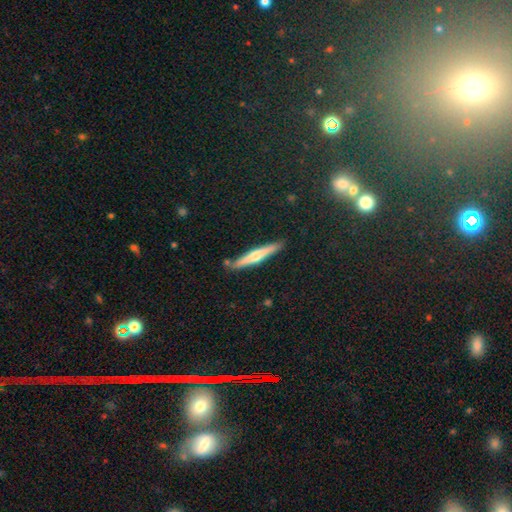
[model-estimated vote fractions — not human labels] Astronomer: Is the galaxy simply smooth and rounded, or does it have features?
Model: featured or disk — 56% (runner-up: smooth, 37%).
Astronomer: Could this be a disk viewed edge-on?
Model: yes — 96%.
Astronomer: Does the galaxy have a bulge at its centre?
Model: rounded — 80%.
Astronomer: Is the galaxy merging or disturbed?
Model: none — 86%.